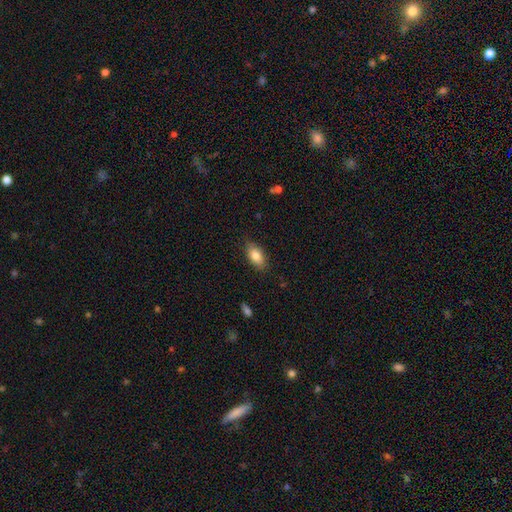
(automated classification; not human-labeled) Q: Smooth or featured?
A: smooth (83%); runner-up: featured or disk (10%)
Q: How rounded?
A: in between (89%); runner-up: cigar-shaped (7%)
Q: Merging?
A: none (83%); runner-up: minor disturbance (13%)